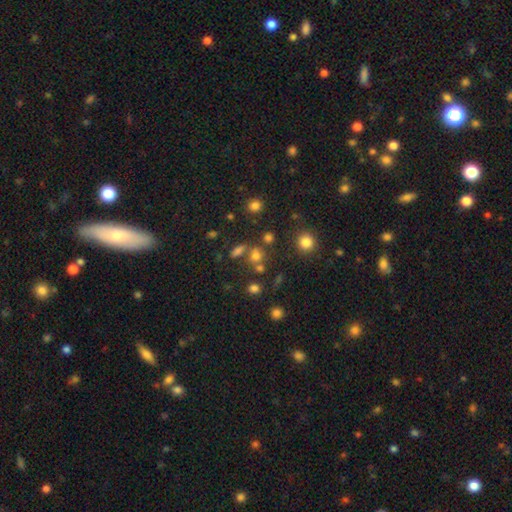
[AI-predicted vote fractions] A smooth galaxy with no disk features (67%) that is round (58%). Merging: none (55%).